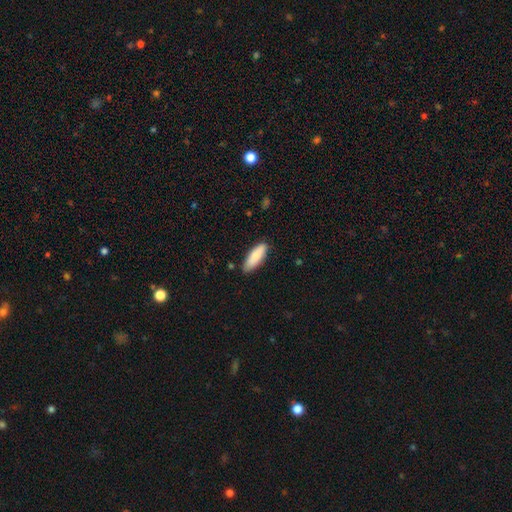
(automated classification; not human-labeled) smooth 85%, featured or disk 9%, star or artifact 6%. Down the decision tree: how rounded — in between (59%); merging — none (84%).